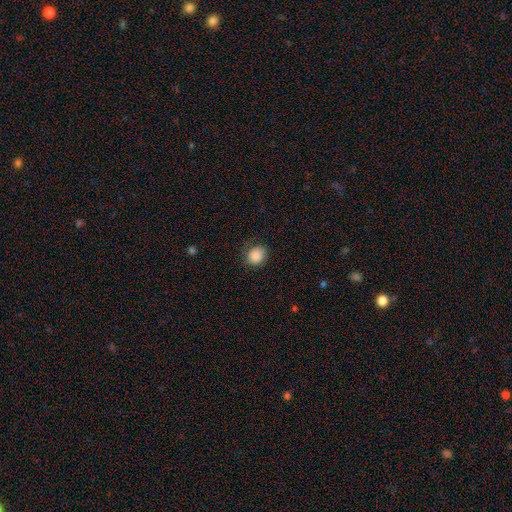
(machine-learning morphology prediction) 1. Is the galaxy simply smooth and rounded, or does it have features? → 87% smooth, 9% star or artifact, 5% featured or disk.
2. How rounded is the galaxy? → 69% round, 30% in between, 1% cigar-shaped.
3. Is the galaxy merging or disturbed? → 74% none, 18% minor disturbance, 7% major disturbance, 1% merger.